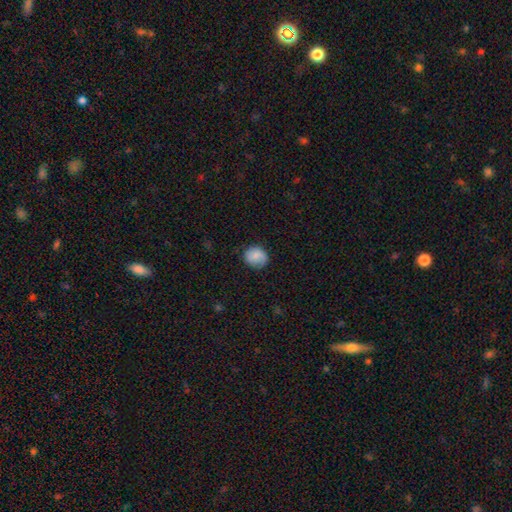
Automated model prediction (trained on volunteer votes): smooth 84%, featured or disk 9%, star or artifact 8%. Down the decision tree: how rounded — round (74%); merging — none (78%).